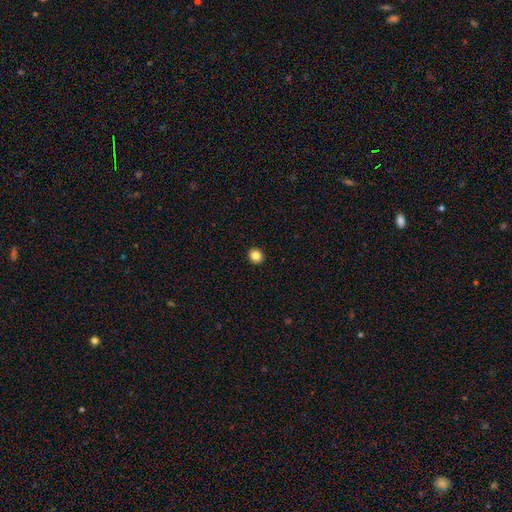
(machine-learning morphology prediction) A smooth galaxy with no disk features (84%) that is round (78%). Merging: none (93%).